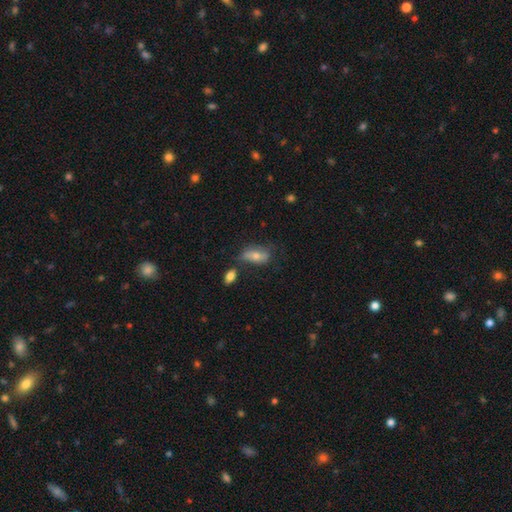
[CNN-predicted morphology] Smooth or featured: smooth — 59% (featured or disk — 29%)
How rounded: in between — 82% (cigar-shaped — 13%)
Merging: none — 55% (minor disturbance — 23%)